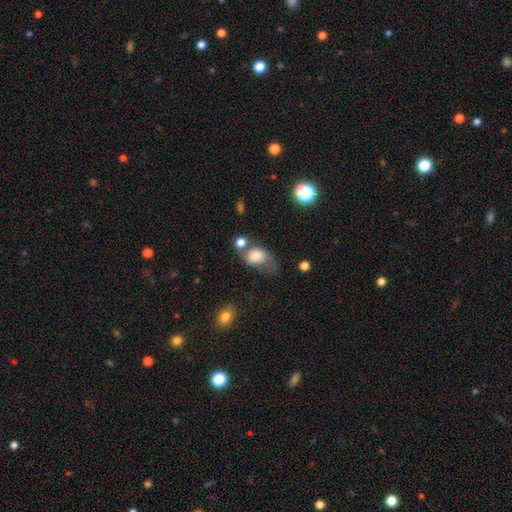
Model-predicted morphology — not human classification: Smooth or featured: smooth — 70% (featured or disk — 21%)
How rounded: in between — 65% (round — 33%)
Merging: major disturbance — 28% (none — 26%)